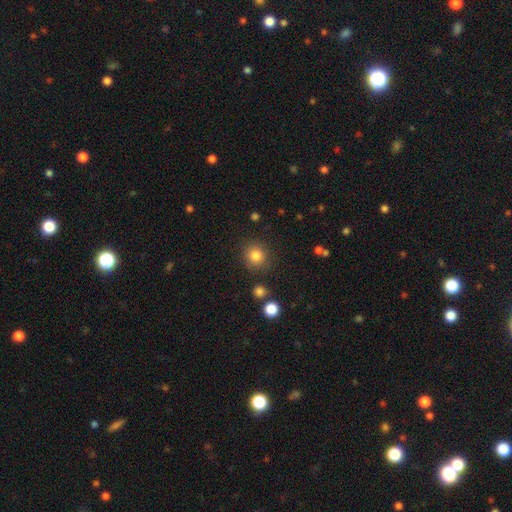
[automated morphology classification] The model was most divided on "smooth or featured": smooth: 83%, star or artifact: 11%, featured or disk: 6%. More confident: how rounded — round (89%); merging — none (85%).